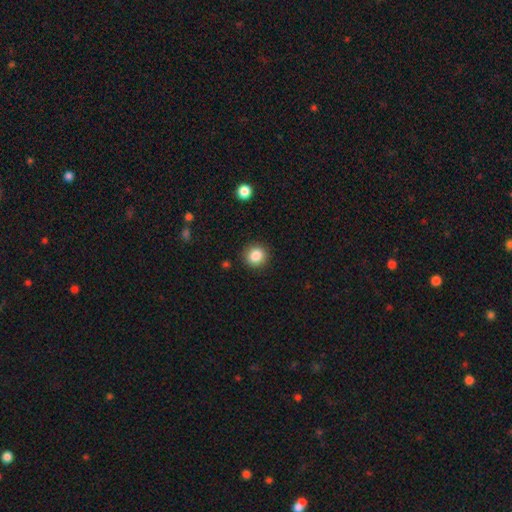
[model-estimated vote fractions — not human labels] smooth 85%, star or artifact 10%, featured or disk 5%. Down the decision tree: how rounded — round (89%); merging — none (90%).